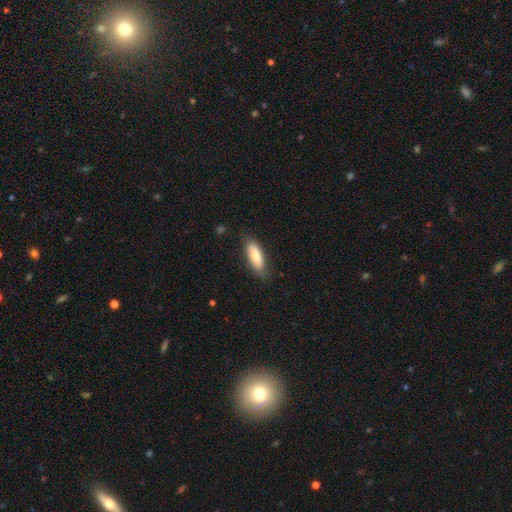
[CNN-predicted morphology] smooth-or-featured: smooth: 81% | featured or disk: 13% | star or artifact: 6%
  how-rounded: in between: 60% | cigar-shaped: 39% | round: 2%
  merging: none: 77% | minor disturbance: 17% | major disturbance: 4% | merger: 1%